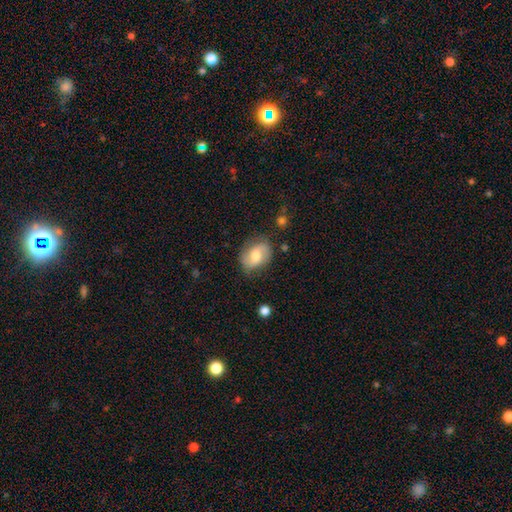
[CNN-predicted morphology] This appears to be a smooth galaxy with no disk features (49%). Merging: none (75%).